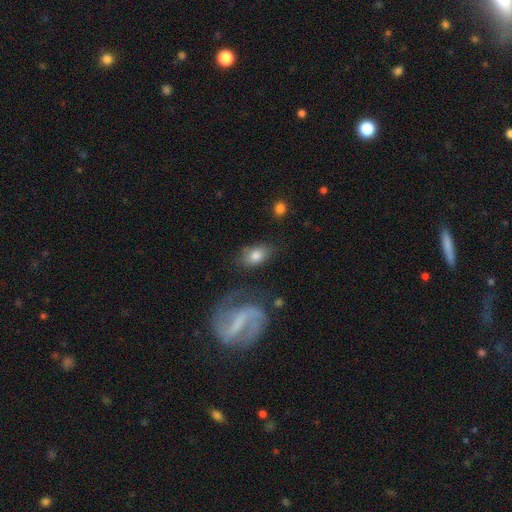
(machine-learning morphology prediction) smooth_or_featured: smooth (p=0.74) [alt: featured or disk p=0.19]
how_rounded: in between (p=0.87) [alt: round p=0.10]
merging: none (p=0.65) [alt: minor disturbance p=0.18]